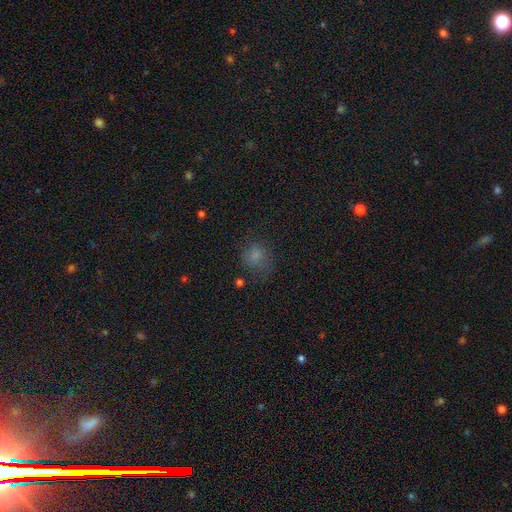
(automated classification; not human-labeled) A smooth galaxy with no disk features (71%) that is round (75%). Merging: none (61%).